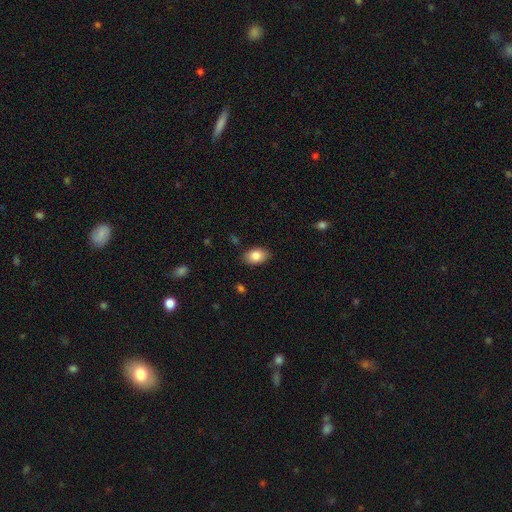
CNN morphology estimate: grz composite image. It shows a smooth galaxy with no disk features (84%) that is in between round and cigar-shaped (88%). Merging: none (87%).